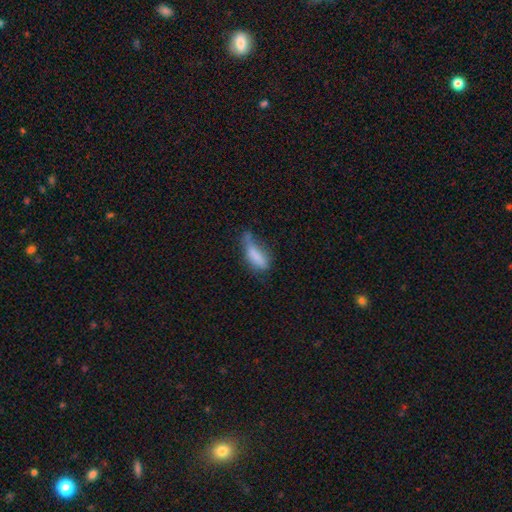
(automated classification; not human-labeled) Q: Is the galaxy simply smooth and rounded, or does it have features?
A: smooth — 75%.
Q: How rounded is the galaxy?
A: in between — 55%.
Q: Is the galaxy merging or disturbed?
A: minor disturbance — 38%.